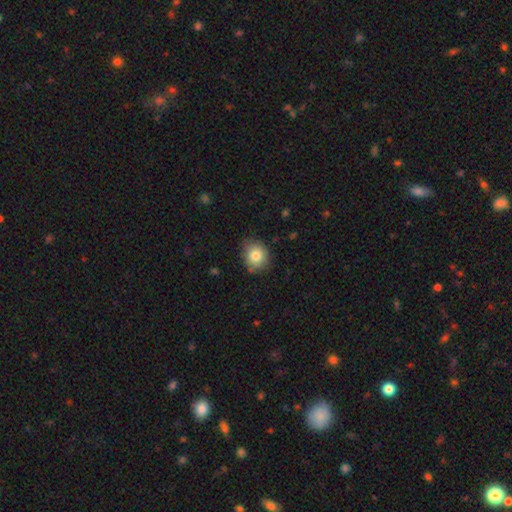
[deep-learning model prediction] Morphology: type=smooth (81%); roundness=round (73%); merging=none (80%).